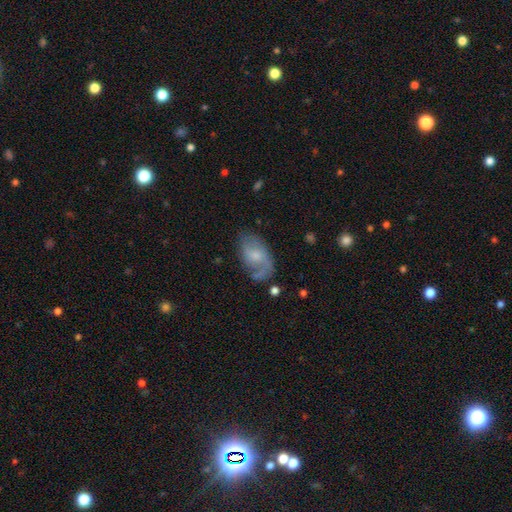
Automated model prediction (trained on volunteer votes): A featured or disk galaxy (57%) with no bar (58%), spiral arms (80%) and a moderate central bulge (45%). Merging: none (55%).